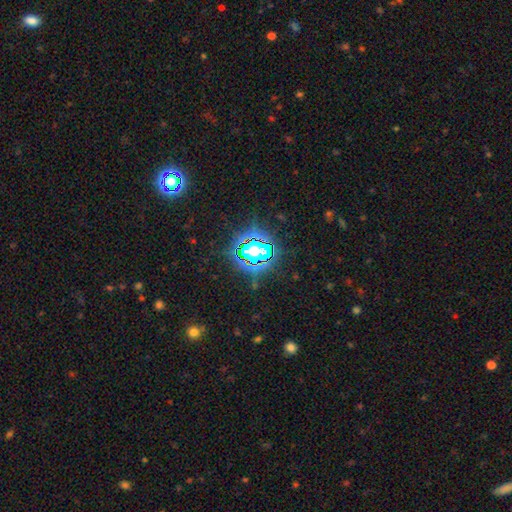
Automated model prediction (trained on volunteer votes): Morphology: type=star or artifact (81%).